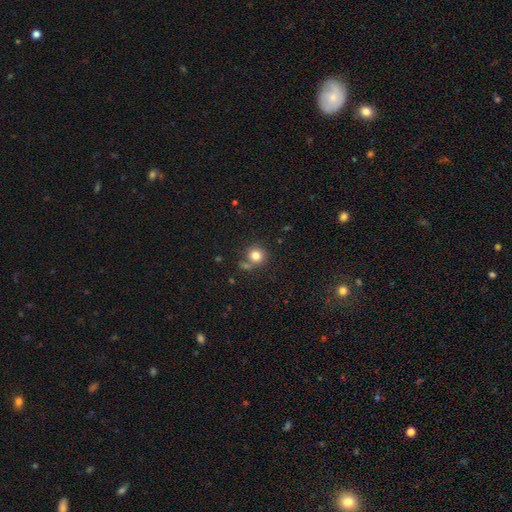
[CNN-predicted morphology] This appears to be a smooth galaxy with no disk features (82%) that is round (90%). Merging: none (71%).